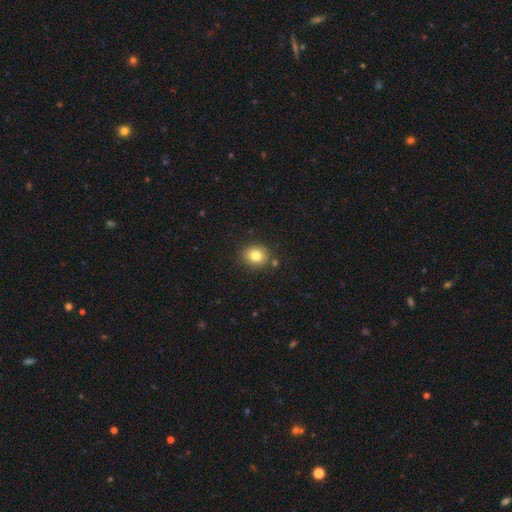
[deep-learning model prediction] Overall: smooth (81%). How rounded: round (69%; in between 30%). Merging: none (82%).